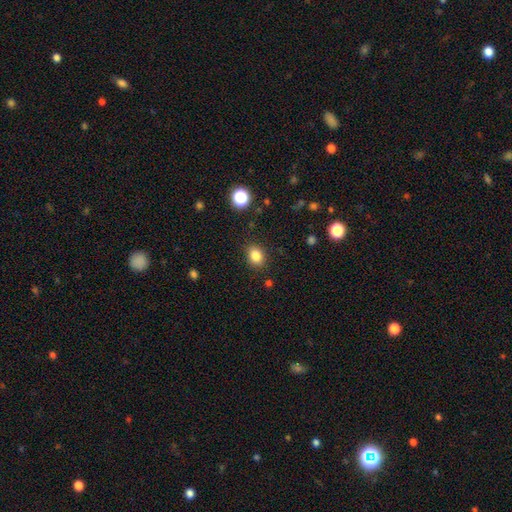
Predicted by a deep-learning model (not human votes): This is clearly a smooth galaxy (84%). How rounded: possibly in between (54%). Merging: clearly none (87%).